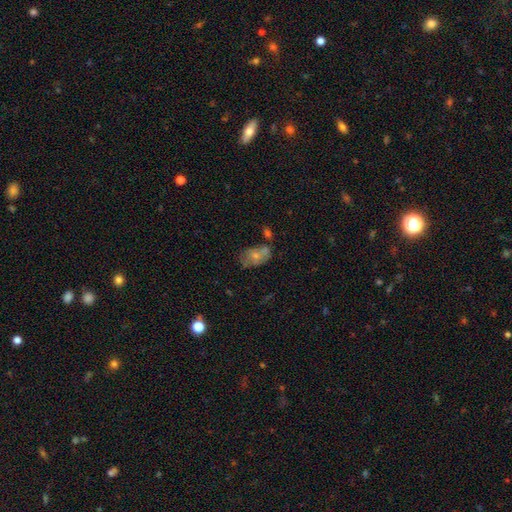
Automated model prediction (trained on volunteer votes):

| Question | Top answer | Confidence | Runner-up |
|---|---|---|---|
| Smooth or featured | smooth | 47% | featured or disk (38%) |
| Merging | none | 48% | minor disturbance (22%) |